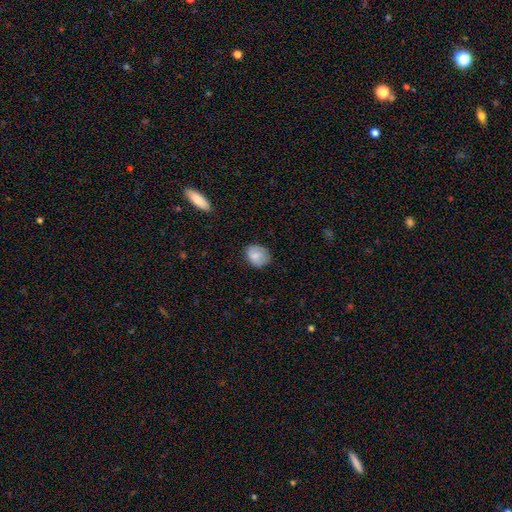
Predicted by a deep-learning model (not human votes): smooth 81%, featured or disk 11%, star or artifact 8%. Down the decision tree: how rounded — in between (50%); merging — none (73%).